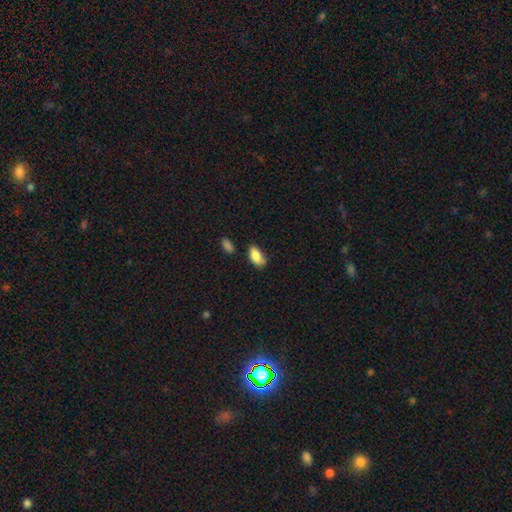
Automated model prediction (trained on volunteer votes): smooth-or-featured: smooth: 84% | featured or disk: 9% | star or artifact: 7%
  how-rounded: in between: 92% | cigar-shaped: 4% | round: 4%
  merging: none: 52% | minor disturbance: 33% | major disturbance: 9% | merger: 6%